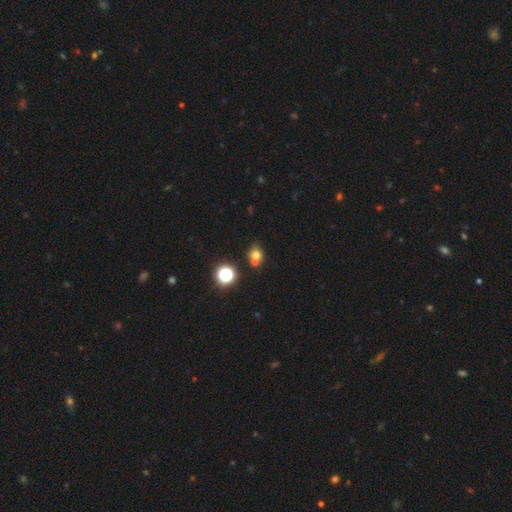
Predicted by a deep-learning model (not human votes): Smooth or featured?
  - smooth: 70% *
  - star or artifact: 19%
  - featured or disk: 12%
How rounded?
  - round: 72% *
  - in between: 27%
  - cigar-shaped: 1%
Merging?
  - none: 51% *
  - merger: 36%
  - minor disturbance: 10%
  - major disturbance: 3%